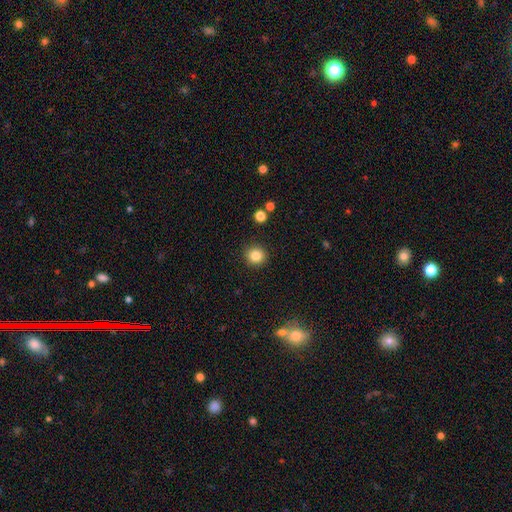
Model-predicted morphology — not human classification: This appears to be a smooth galaxy with no disk features (84%) that is round (93%). Merging: none (91%).